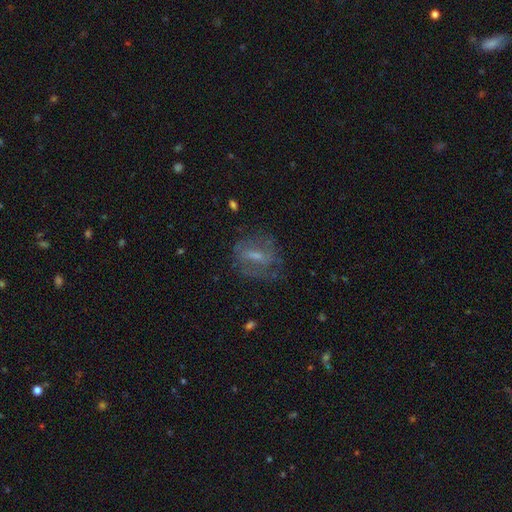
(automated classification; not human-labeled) Smooth or featured? featured or disk (58%)
Edge-on disk? no (91%)
Bar? weak (47%)
Spiral arms? yes (60%)
Bulge size? small (42%)
Merging? none (62%)